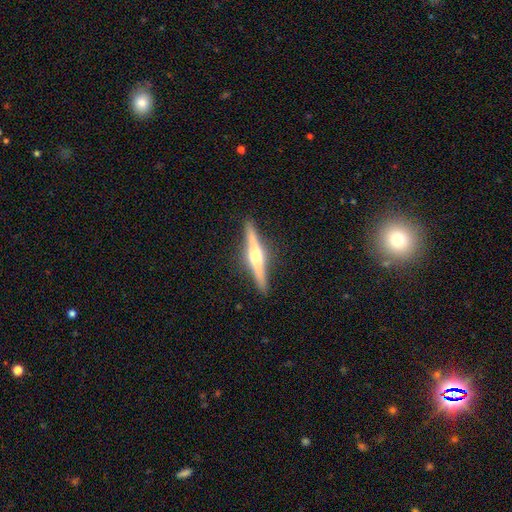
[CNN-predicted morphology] featured or disk 73%, smooth 21%, star or artifact 6%. Down the decision tree: edge-on disk — yes (98%); edge-on bulge — rounded (84%); merging — none (90%).